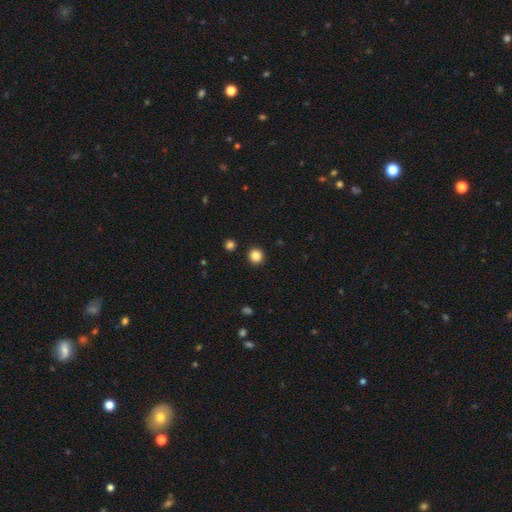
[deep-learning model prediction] Smooth or featured: smooth — 85% (star or artifact — 12%)
How rounded: round — 94% (in between — 5%)
Merging: none — 92% (minor disturbance — 4%)